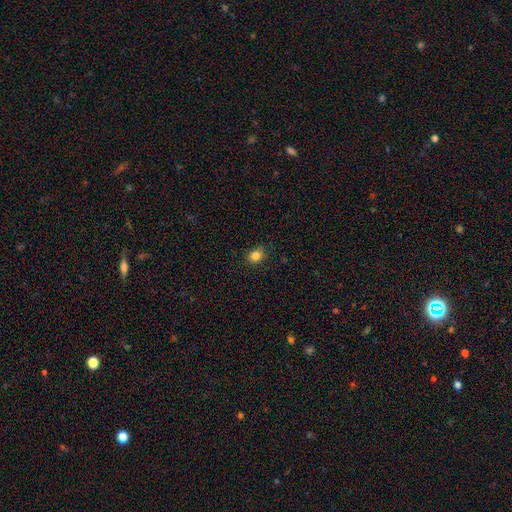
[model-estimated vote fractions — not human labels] Smooth or featured: smooth — 84% (star or artifact — 11%)
How rounded: round — 70% (in between — 29%)
Merging: none — 86% (minor disturbance — 11%)